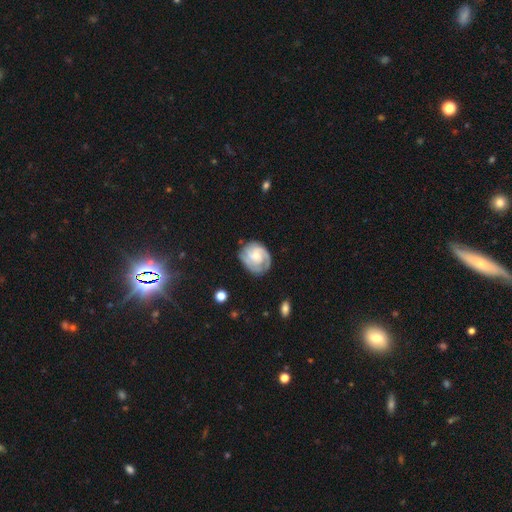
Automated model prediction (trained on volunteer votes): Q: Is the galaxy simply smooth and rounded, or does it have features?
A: featured or disk — 76%.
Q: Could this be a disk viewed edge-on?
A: no — 98%.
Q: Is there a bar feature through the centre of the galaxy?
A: no — 68%.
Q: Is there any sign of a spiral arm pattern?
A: yes — 92%.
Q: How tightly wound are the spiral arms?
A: tight — 63%.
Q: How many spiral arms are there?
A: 2 — 36%.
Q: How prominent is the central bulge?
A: small — 51%.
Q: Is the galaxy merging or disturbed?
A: none — 68%.